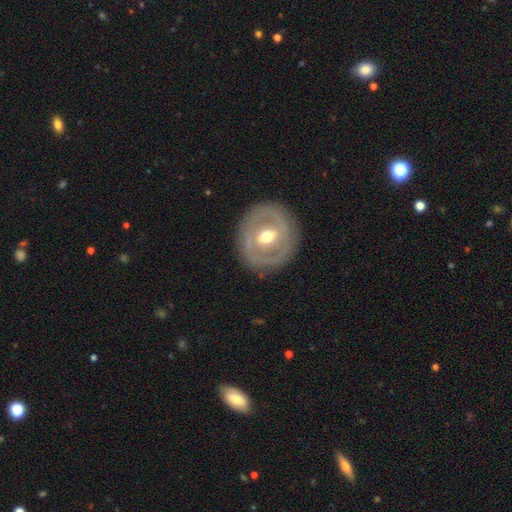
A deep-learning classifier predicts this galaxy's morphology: The model was most divided on "bar": weak: 40%, no: 35%, strong: 26%. More confident: edge-on disk — no (94%); merging — none (84%); bulge size — moderate (75%); smooth or featured — featured or disk (70%); spiral arms — no (54%).